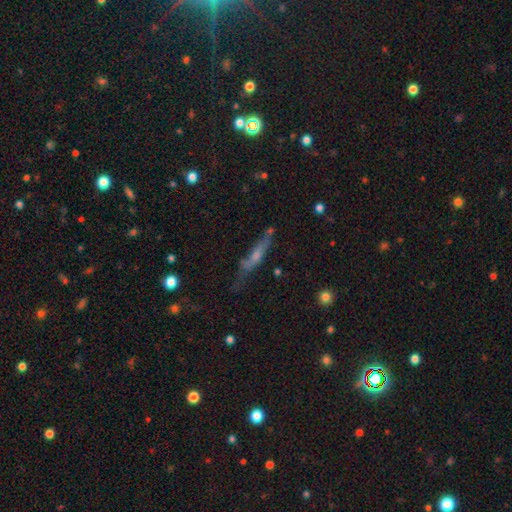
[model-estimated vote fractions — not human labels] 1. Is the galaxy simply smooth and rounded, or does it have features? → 49% featured or disk, 40% smooth, 11% star or artifact.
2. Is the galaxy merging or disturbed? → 49% none, 27% minor disturbance, 16% major disturbance, 7% merger.